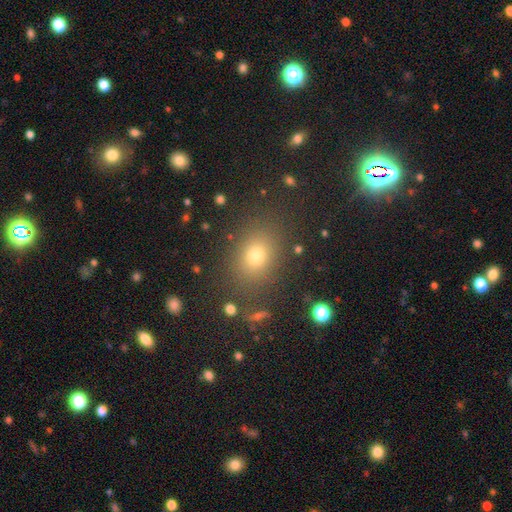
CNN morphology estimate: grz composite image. It shows a smooth galaxy with no disk features (74%) that is in between round and cigar-shaped (58%). Merging: none (83%).